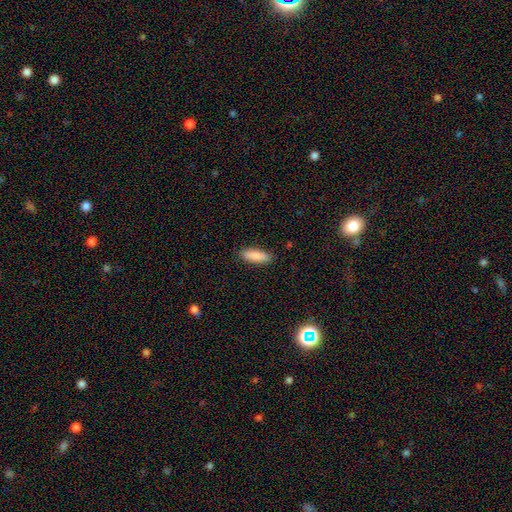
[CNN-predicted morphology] This appears to be a smooth galaxy with no disk features (88%) that is in between round and cigar-shaped (58%). Merging: none (89%).